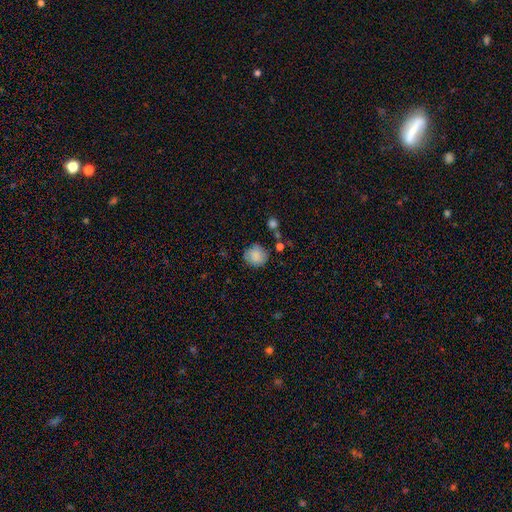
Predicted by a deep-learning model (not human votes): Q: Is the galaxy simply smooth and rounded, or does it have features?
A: smooth — 85%.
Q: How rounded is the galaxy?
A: round — 88%.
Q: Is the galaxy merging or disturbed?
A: none — 78%.